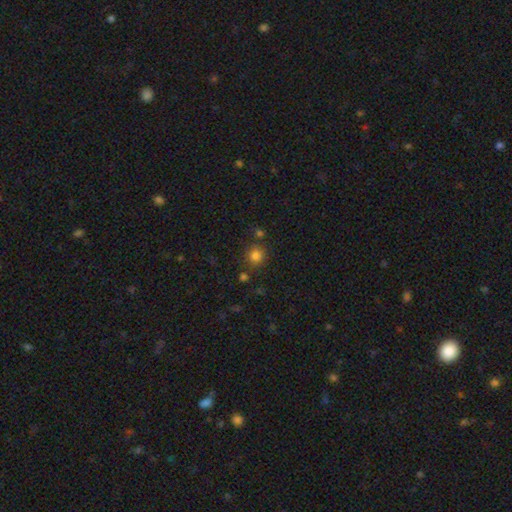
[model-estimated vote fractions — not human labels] The model was most divided on "smooth or featured": smooth: 80%, star or artifact: 15%, featured or disk: 5%. More confident: how rounded — round (90%); merging — none (81%).